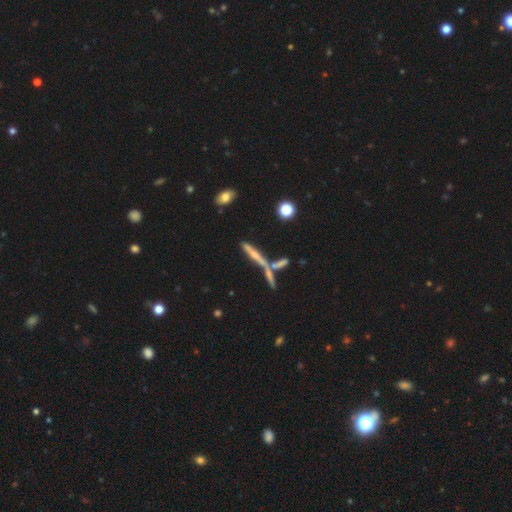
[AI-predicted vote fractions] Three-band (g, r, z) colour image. It shows a featured or disk galaxy (54%) viewed edge-on (85%). Merging: none (49%).